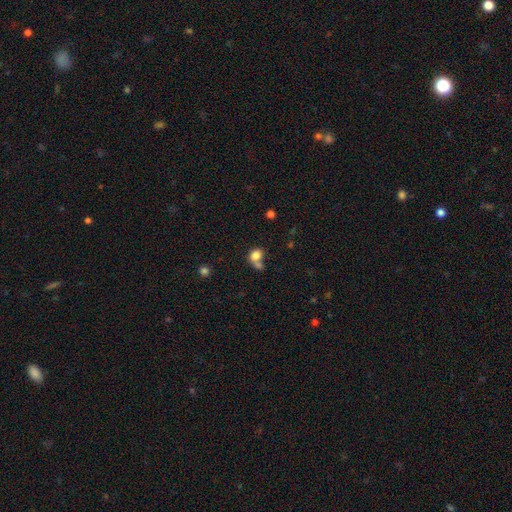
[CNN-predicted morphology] Q: Smooth or featured?
A: smooth (79%); runner-up: star or artifact (10%)
Q: How rounded?
A: round (56%); runner-up: in between (43%)
Q: Merging?
A: merger (43%); runner-up: none (35%)